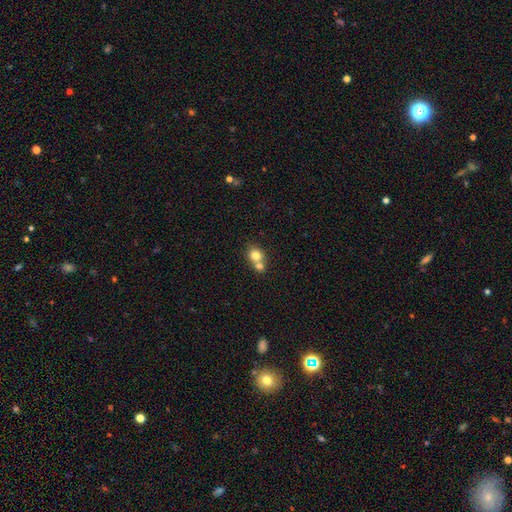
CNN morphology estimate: smooth 78%, featured or disk 12%, star or artifact 10%. Down the decision tree: how rounded — round (73%); merging — merger (59%).